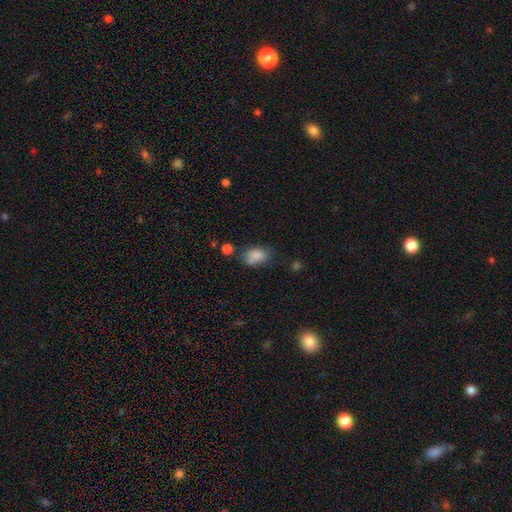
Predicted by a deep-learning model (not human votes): A smooth galaxy with no disk features (80%) that is in between round and cigar-shaped (76%). Merging: none (53%).